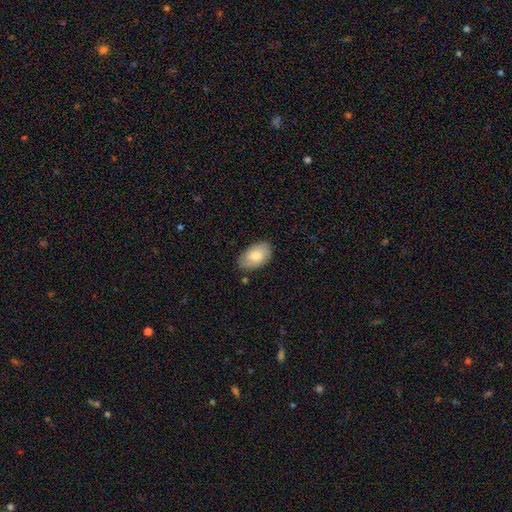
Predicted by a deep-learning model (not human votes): Overall: smooth (72%). How rounded: in between (92%). Merging: none (80%).